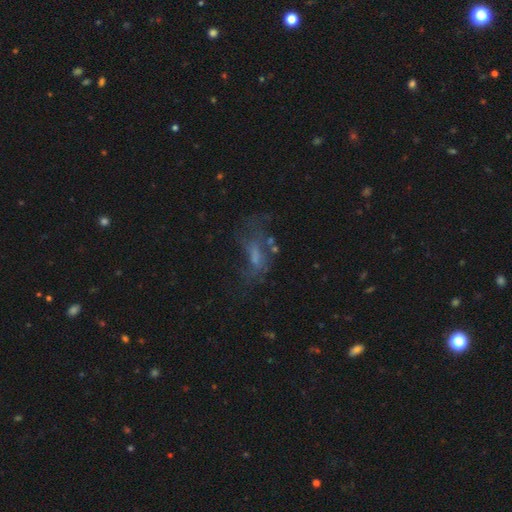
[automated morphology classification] Q: Smooth or featured?
A: featured or disk (49%); runner-up: smooth (32%)
Q: Merging?
A: none (37%); tied with: major disturbance (37%)